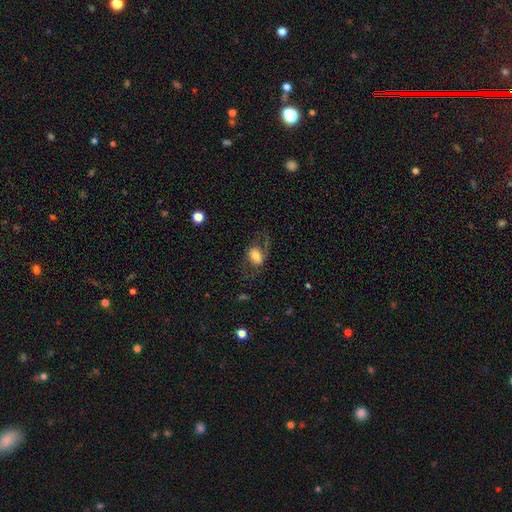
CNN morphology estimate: Q: Smooth or featured?
A: smooth (50%); runner-up: featured or disk (42%)
Q: Merging?
A: none (57%); runner-up: major disturbance (23%)